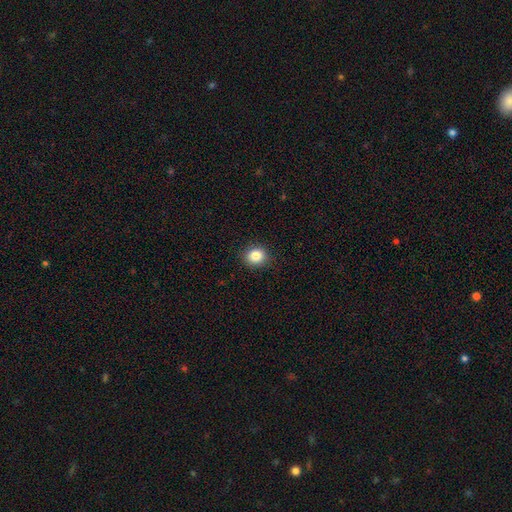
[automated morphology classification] smooth 84%, star or artifact 10%, featured or disk 6%. Down the decision tree: how rounded — round (77%); merging — none (90%).